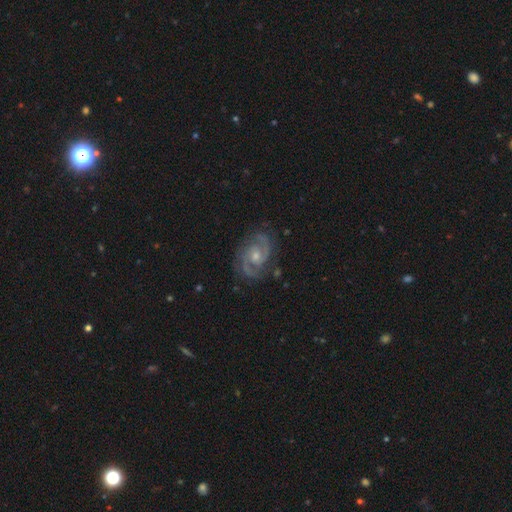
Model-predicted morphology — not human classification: Smooth or featured? Predicted: featured or disk (p=0.89). Edge-on disk? Predicted: no (p=0.97). Bar? Predicted: no (p=0.51). Spiral arms? Predicted: yes (p=0.98). Spiral winding? Predicted: medium (p=0.54). Spiral arm count? Predicted: 2 (p=0.89). Bulge size? Predicted: moderate (p=0.47). Merging? Predicted: none (p=0.82).